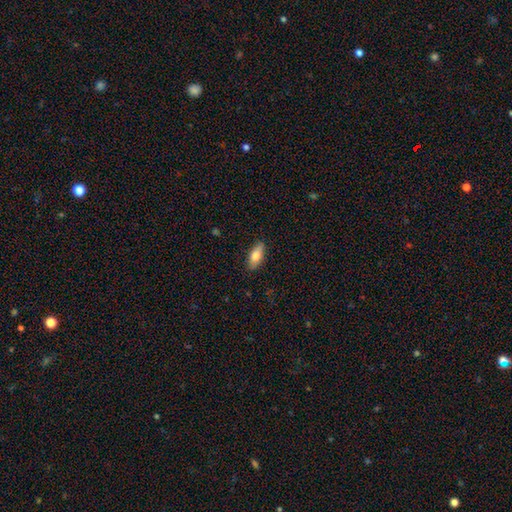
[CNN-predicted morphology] Overall: smooth (73%). How rounded: in between (79%). Merging: none (87%).